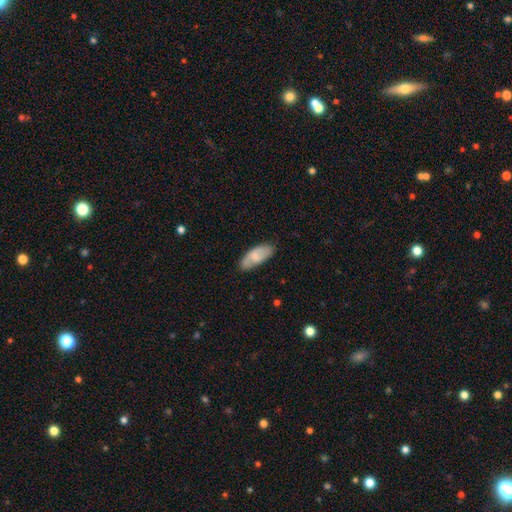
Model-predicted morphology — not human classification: Smooth or featured? smooth (66%)
How rounded? in between (84%)
Merging? none (74%)